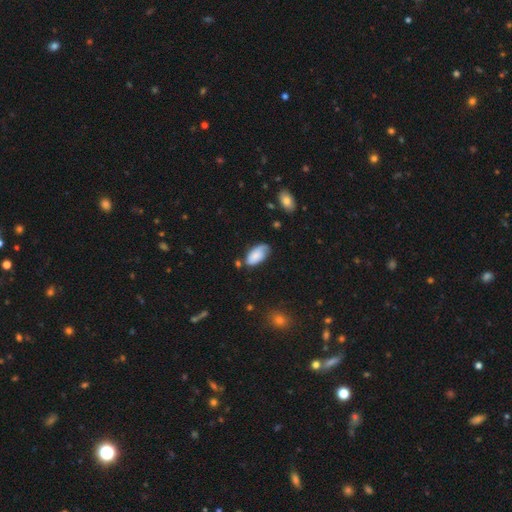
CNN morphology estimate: Smooth or featured? Predicted: smooth (p=0.67). How rounded? Predicted: in between (p=0.94). Merging? Predicted: none (p=0.53).